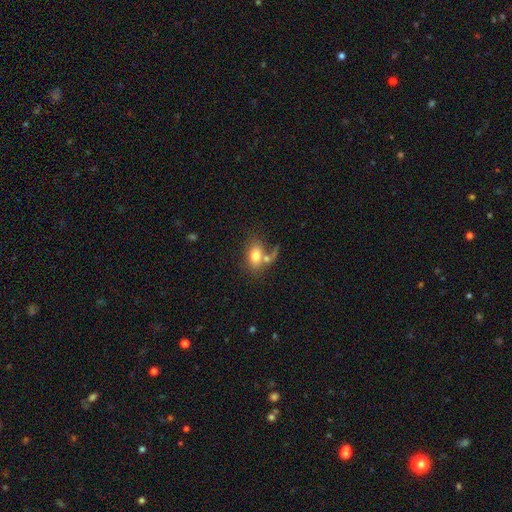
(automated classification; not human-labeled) A smooth galaxy with no disk features (75%) that is in between round and cigar-shaped (84%).

Vote fractions:
- Smooth or featured? smooth: 75% / featured or disk: 17% / star or artifact: 8%
- How rounded? in between: 84% / round: 13% / cigar-shaped: 3%
- Merging? none: 40% / merger: 36% / minor disturbance: 14% / major disturbance: 11%